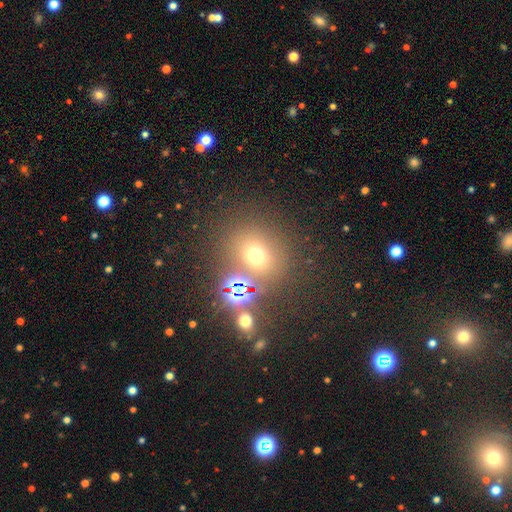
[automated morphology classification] Overall: smooth (62%; star or artifact 28%). How rounded: round (73%). Merging: none (71%).